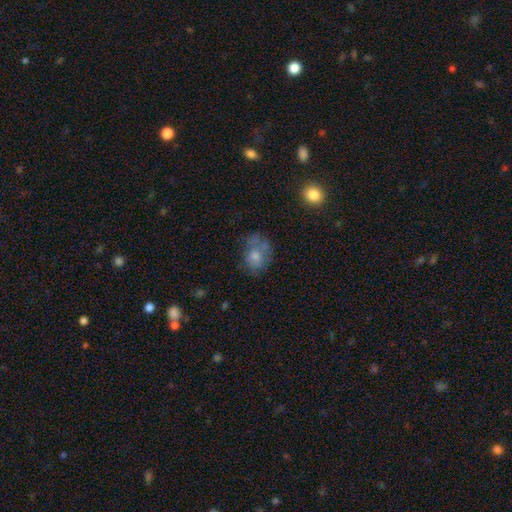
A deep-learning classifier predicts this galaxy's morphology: This appears to be a smooth galaxy with no disk features (66%) that is round (50%). Merging: none (41%).